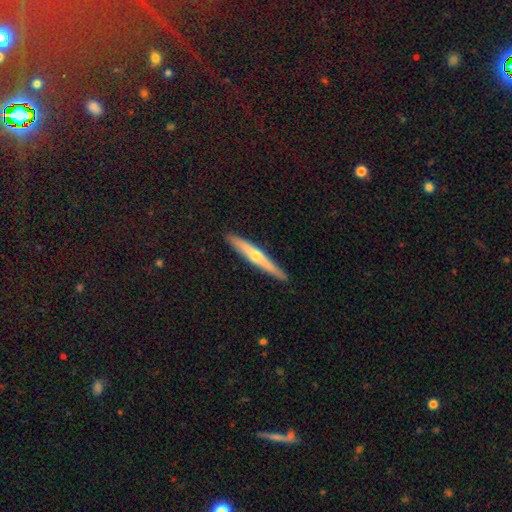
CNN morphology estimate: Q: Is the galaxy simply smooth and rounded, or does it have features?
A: featured or disk — 60%.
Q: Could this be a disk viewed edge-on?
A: yes — 96%.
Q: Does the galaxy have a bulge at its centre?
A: rounded — 83%.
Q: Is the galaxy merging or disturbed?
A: none — 91%.